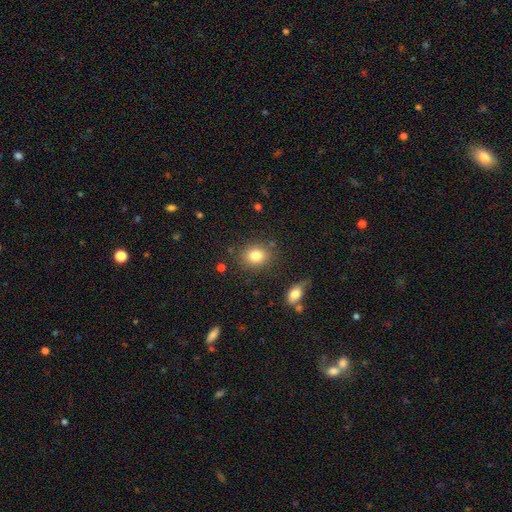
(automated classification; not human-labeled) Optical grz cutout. It shows a smooth galaxy with no disk features (82%) that is round (59%). Merging: none (82%).